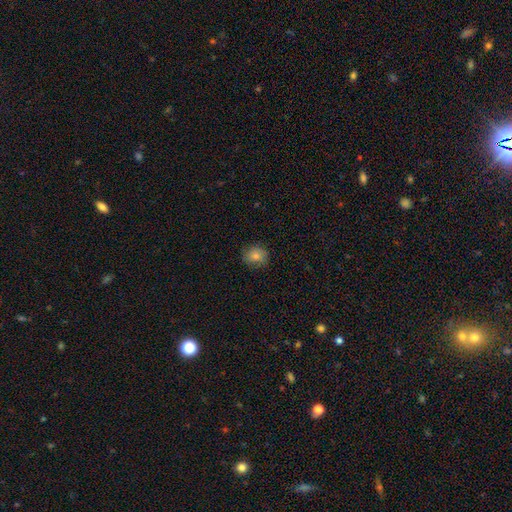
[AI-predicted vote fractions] Smooth or featured? smooth (77%)
How rounded? round (78%)
Merging? none (83%)